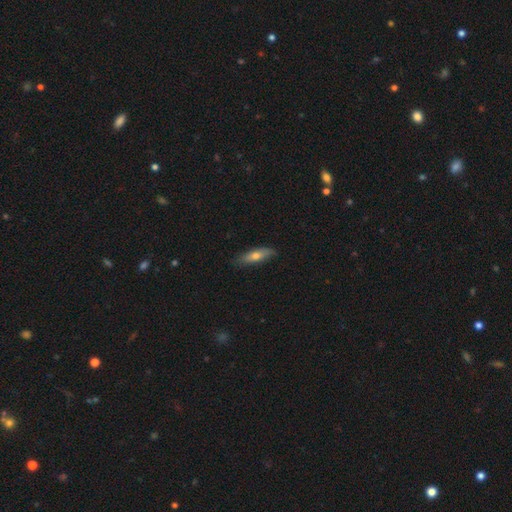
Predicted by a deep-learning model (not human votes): Smooth or featured?
  - smooth: 61% *
  - featured or disk: 32%
  - star or artifact: 6%
How rounded?
  - cigar-shaped: 59% *
  - in between: 38%
  - round: 2%
Merging?
  - none: 83% *
  - minor disturbance: 14%
  - major disturbance: 2%
  - merger: 1%